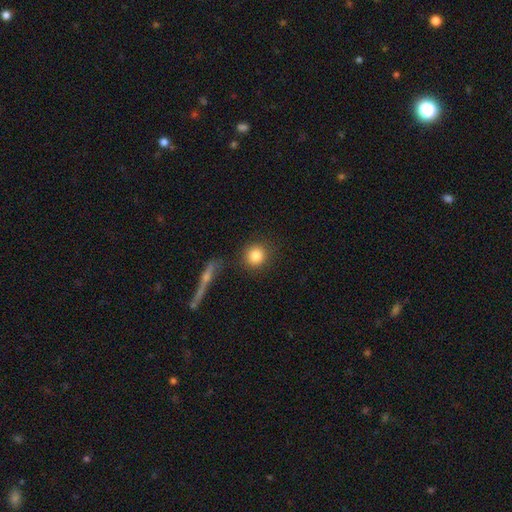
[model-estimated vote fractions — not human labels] Smooth or featured? smooth (84%)
How rounded? round (89%)
Merging? none (82%)